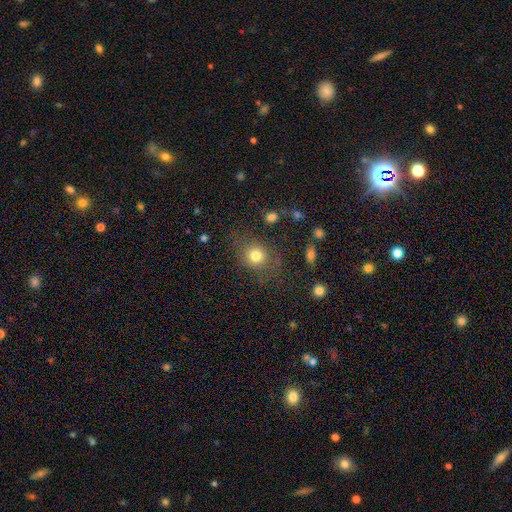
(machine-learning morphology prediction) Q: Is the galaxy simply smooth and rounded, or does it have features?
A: smooth — 79%.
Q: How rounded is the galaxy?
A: round — 71%.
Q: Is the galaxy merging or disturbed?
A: none — 75%.